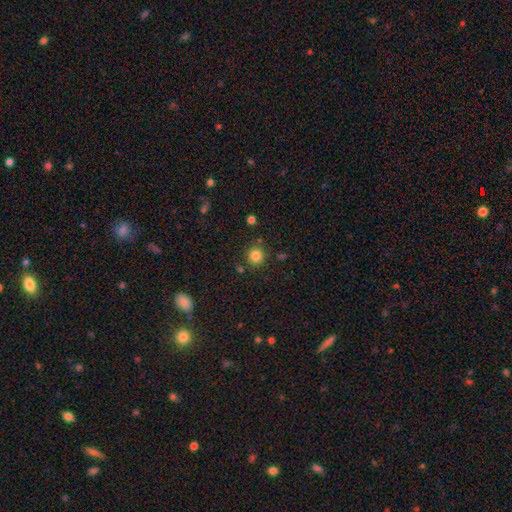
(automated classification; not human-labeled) A smooth galaxy with no disk features (84%) that is round (92%). Merging: none (84%).